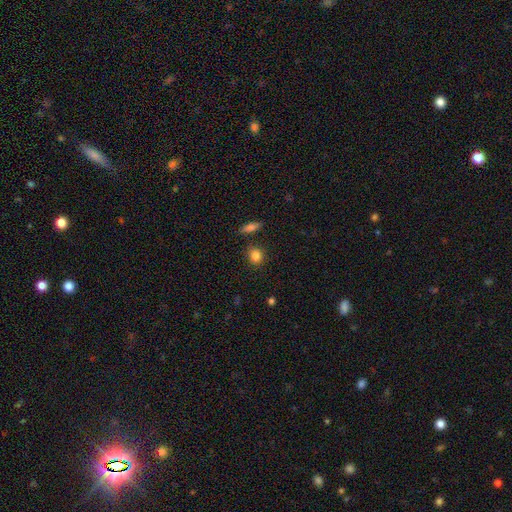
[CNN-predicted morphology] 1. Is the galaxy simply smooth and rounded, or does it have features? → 84% smooth, 9% star or artifact, 6% featured or disk.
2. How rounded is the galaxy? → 74% round, 24% in between, 2% cigar-shaped.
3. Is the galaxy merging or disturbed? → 86% none, 9% minor disturbance, 4% merger, 2% major disturbance.